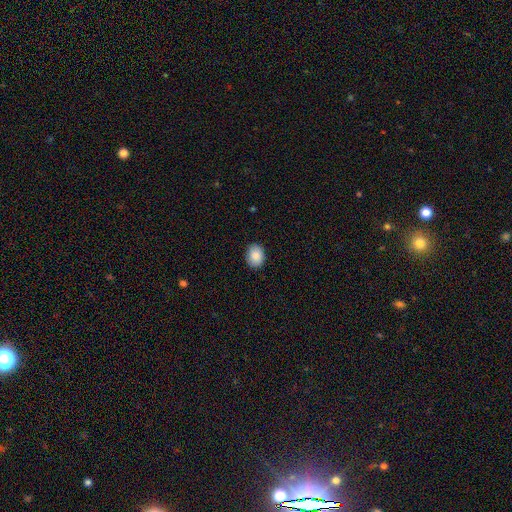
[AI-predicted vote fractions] Smooth or featured? smooth (88%)
How rounded? in between (55%)
Merging? none (89%)